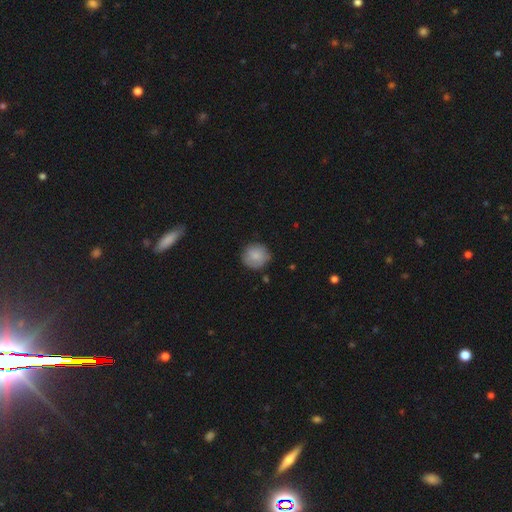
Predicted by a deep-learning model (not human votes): The model was most divided on "merging": none: 78%, minor disturbance: 17%, major disturbance: 3%, merger: 2%. More confident: how rounded — round (91%); smooth or featured — smooth (82%).